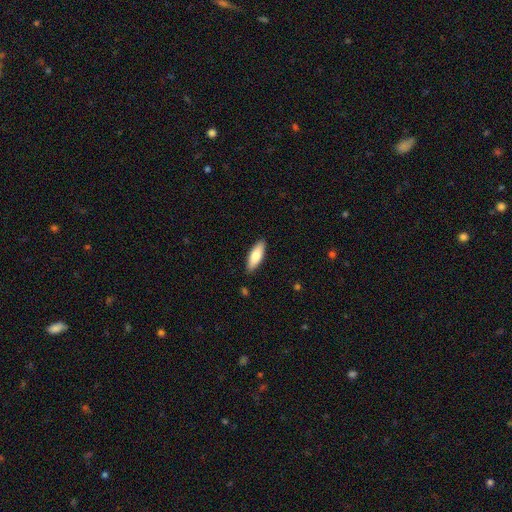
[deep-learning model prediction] The model was most divided on "how rounded": in between: 65%, cigar-shaped: 33%, round: 2%. More confident: merging — none (87%); smooth or featured — smooth (78%).